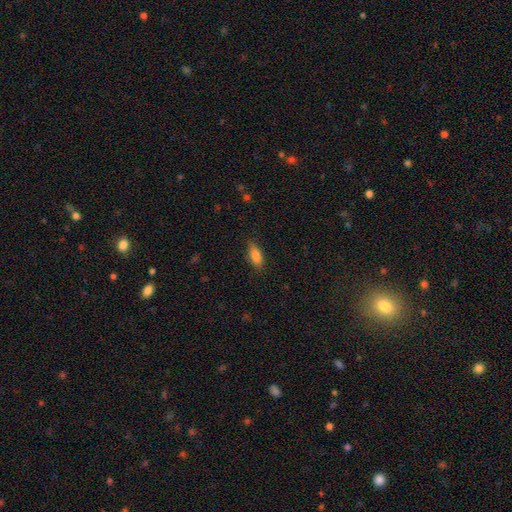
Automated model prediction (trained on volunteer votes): A smooth galaxy with no disk features (84%) that is in between round and cigar-shaped (83%).

Vote fractions:
- Smooth or featured? smooth: 84% / featured or disk: 8% / star or artifact: 7%
- How rounded? in between: 83% / cigar-shaped: 14% / round: 3%
- Merging? none: 80% / minor disturbance: 16% / major disturbance: 3% / merger: 1%